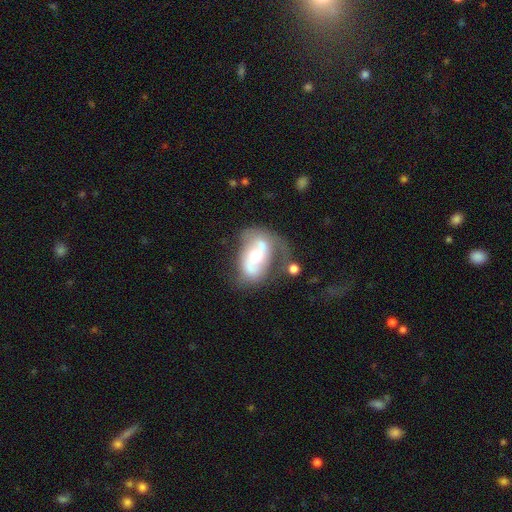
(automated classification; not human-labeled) Smooth or featured? featured or disk (63%)
Edge-on disk? no (95%)
Bar? no (63%)
Spiral arms? yes (61%)
Bulge size? moderate (66%)
Merging? none (29%)